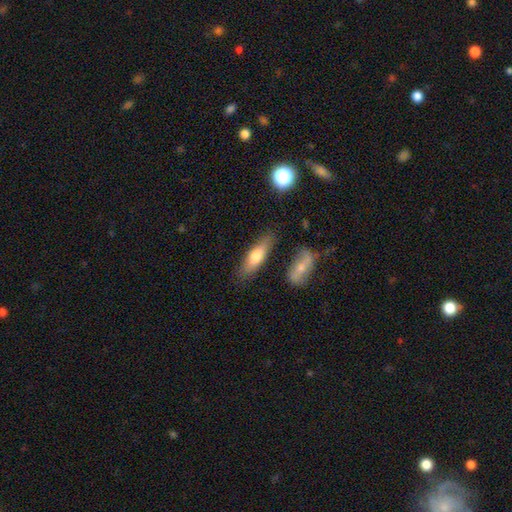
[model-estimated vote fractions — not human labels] The model was most divided on "how rounded": cigar-shaped: 51%, in between: 47%, round: 3%. More confident: merging — none (77%); smooth or featured — smooth (66%).